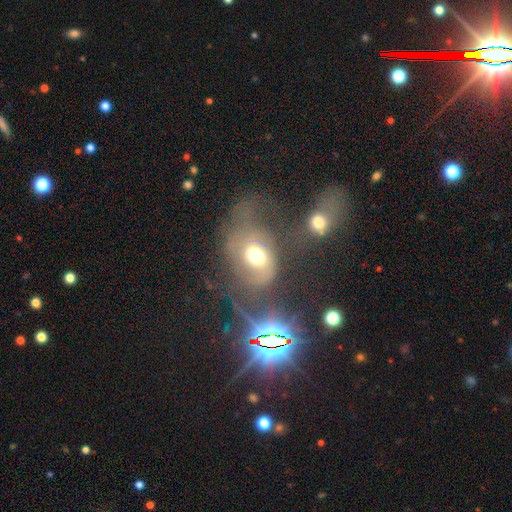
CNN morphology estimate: Smooth or featured? Predicted: smooth (p=0.44). Merging? Predicted: major disturbance (p=0.39).